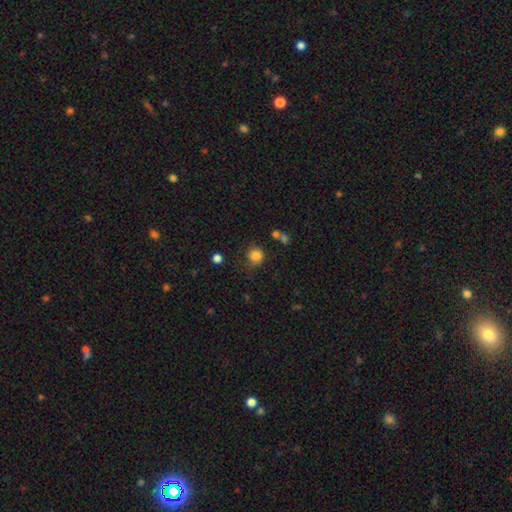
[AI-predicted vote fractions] Smooth or featured? smooth (83%)
How rounded? round (90%)
Merging? none (72%)